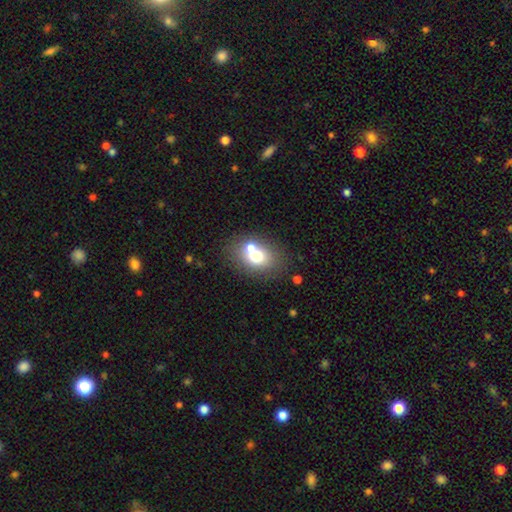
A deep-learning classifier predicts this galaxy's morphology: This appears to be a smooth galaxy with no disk features (68%) that is in between round and cigar-shaped (53%). Merging: none (54%).